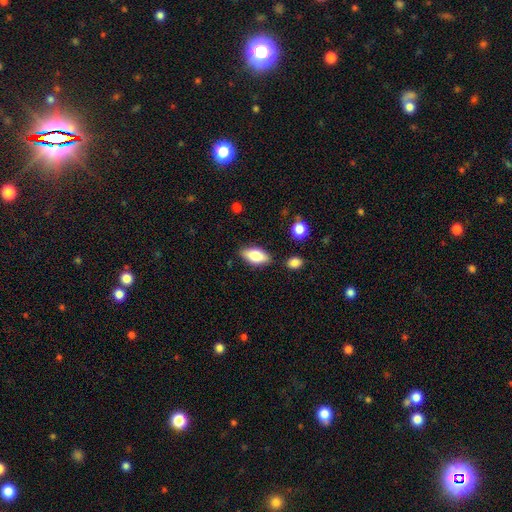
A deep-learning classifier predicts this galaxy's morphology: This is likely a smooth galaxy (73%). How rounded: clearly in between (86%). Merging: clearly none (83%).